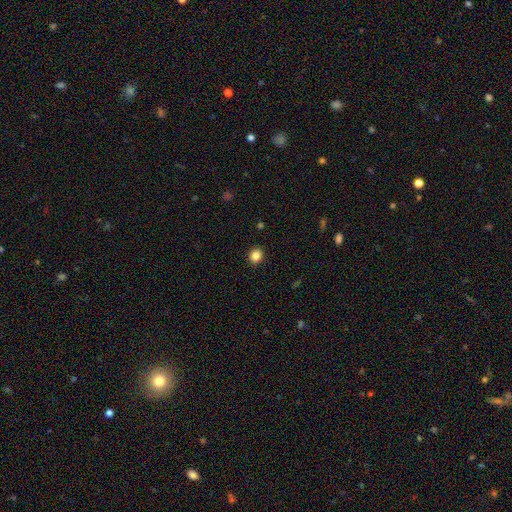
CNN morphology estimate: type=smooth (85%); roundness=round (80%); merging=none (92%).